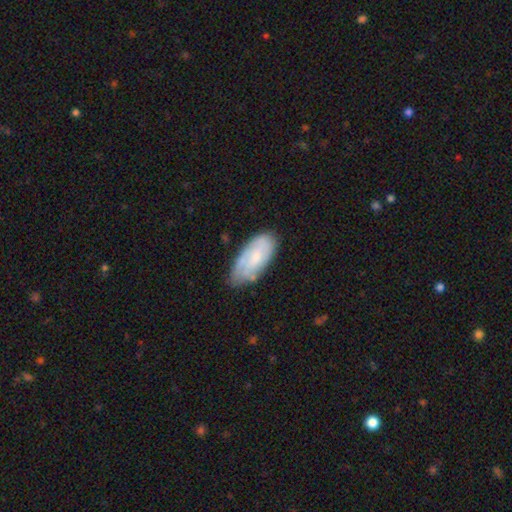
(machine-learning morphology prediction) Smooth or featured?
  - smooth: 58% *
  - featured or disk: 35%
  - star or artifact: 6%
How rounded?
  - in between: 90% *
  - cigar-shaped: 8%
  - round: 2%
Merging?
  - none: 60% *
  - minor disturbance: 30%
  - major disturbance: 7%
  - merger: 3%